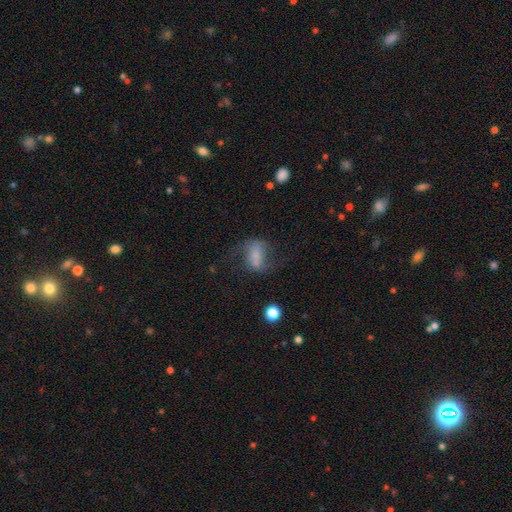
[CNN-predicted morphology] Q: Smooth or featured?
A: smooth (46%); runner-up: featured or disk (42%)
Q: Merging?
A: none (47%); runner-up: major disturbance (27%)